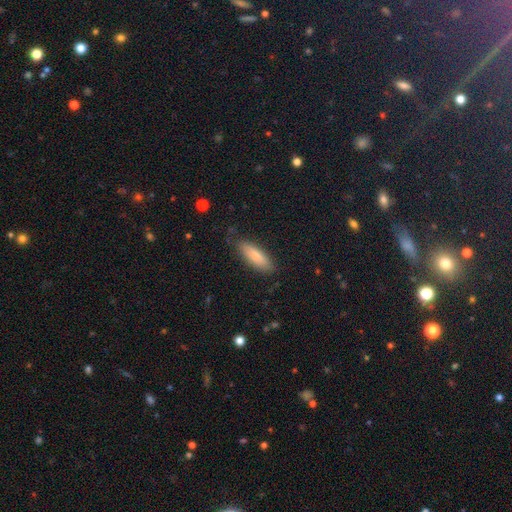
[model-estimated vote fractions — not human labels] Smooth or featured: smooth — 80% (featured or disk — 14%)
How rounded: cigar-shaped — 50% (in between — 48%)
Merging: none — 81% (minor disturbance — 15%)